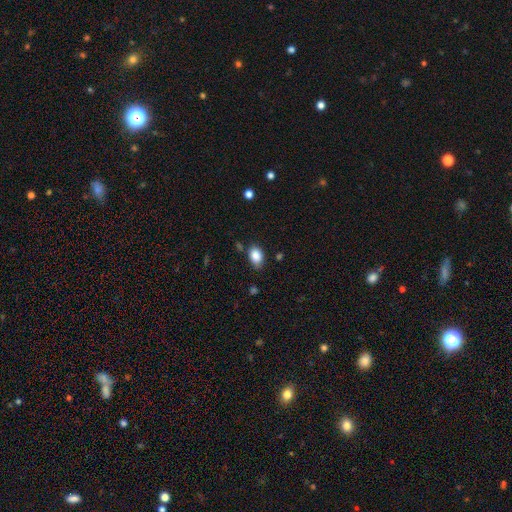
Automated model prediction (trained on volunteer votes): This appears to be a smooth galaxy with no disk features (86%) that is in between round and cigar-shaped (81%). Merging: none (73%).